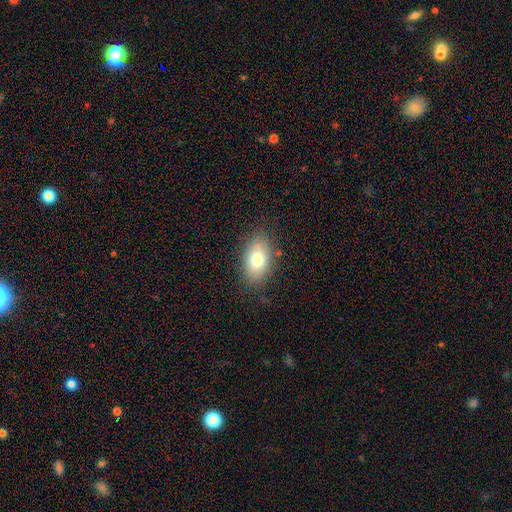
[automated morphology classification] This appears to be a smooth galaxy with no disk features (77%) that is in between round and cigar-shaped (90%). Merging: none (86%).